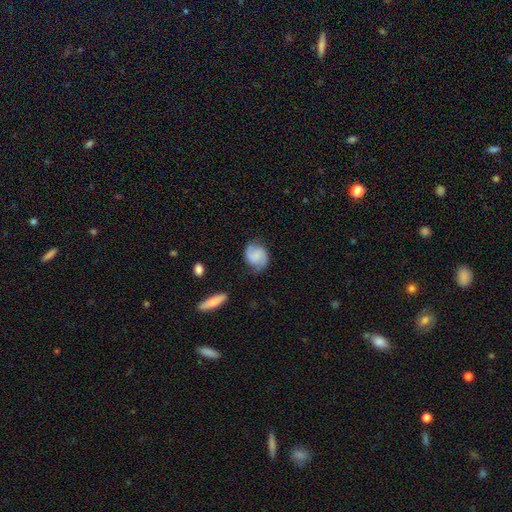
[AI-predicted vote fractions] smooth_or_featured: featured or disk (p=0.55) [alt: smooth p=0.37]
disk_edge_on: no (p=0.97) [alt: yes p=0.03]
bar: no (p=0.58) [alt: weak p=0.34]
has_spiral_arms: yes (p=0.93) [alt: no p=0.07]
bulge_size: none (p=0.48) [alt: small p=0.31]
merging: none (p=0.71) [alt: minor disturbance p=0.21]